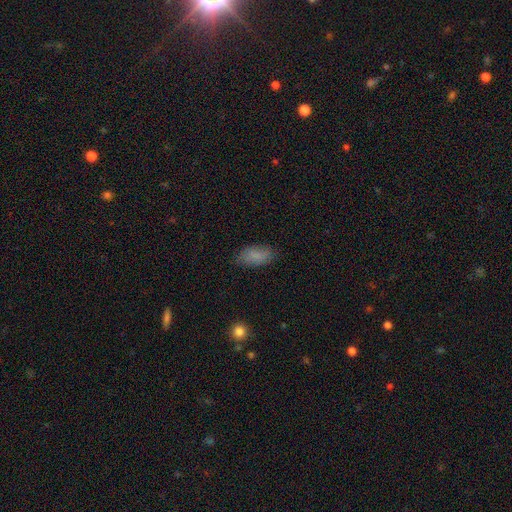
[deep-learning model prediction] smooth_or_featured: smooth (p=0.84) [alt: star or artifact p=0.08]
how_rounded: in between (p=0.91) [alt: cigar-shaped p=0.06]
merging: none (p=0.80) [alt: minor disturbance p=0.15]